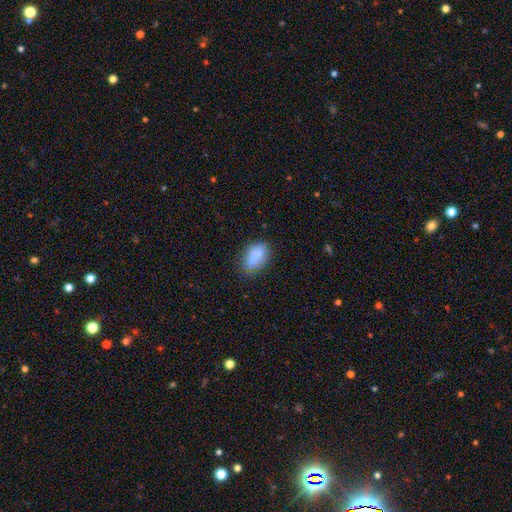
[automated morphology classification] smooth-or-featured: smooth: 81% | featured or disk: 10% | star or artifact: 9%
  how-rounded: in between: 88% | round: 8% | cigar-shaped: 4%
  merging: none: 63% | minor disturbance: 26% | major disturbance: 7% | merger: 4%